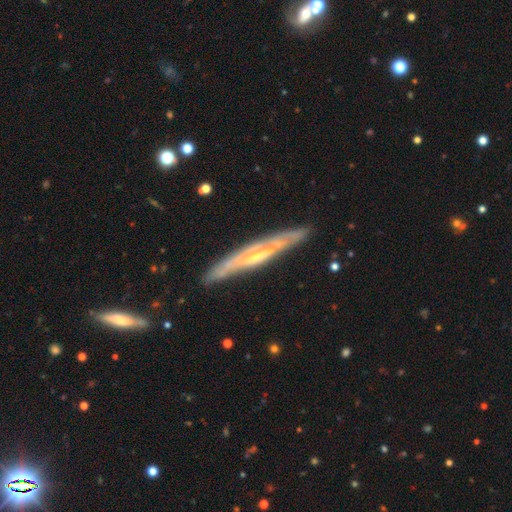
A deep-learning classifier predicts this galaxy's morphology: featured or disk 77%, smooth 17%, star or artifact 6%. Down the decision tree: edge-on disk — yes (76%); edge-on bulge — rounded (48%); merging — none (81%).